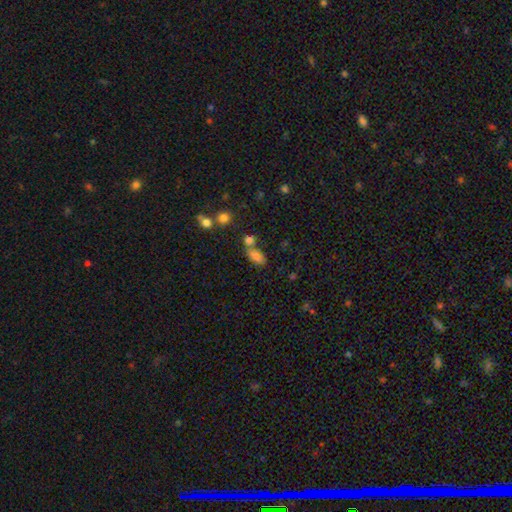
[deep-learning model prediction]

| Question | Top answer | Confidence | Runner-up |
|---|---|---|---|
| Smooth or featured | smooth | 76% | star or artifact (14%) |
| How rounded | in between | 85% | round (8%) |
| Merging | none | 43% | merger (36%) |